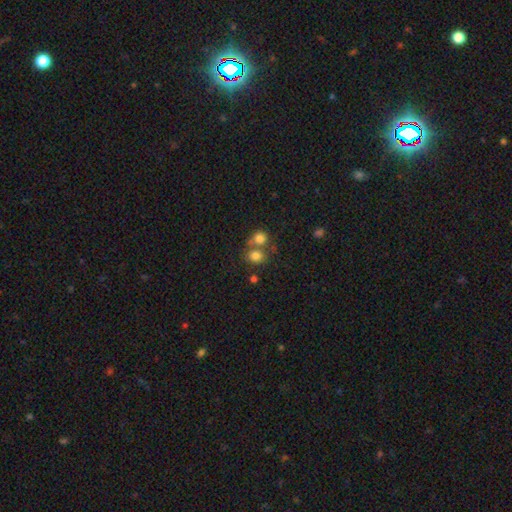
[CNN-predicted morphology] Smooth or featured? Predicted: smooth (p=0.78). How rounded? Predicted: round (p=0.68). Merging? Predicted: none (p=0.45).